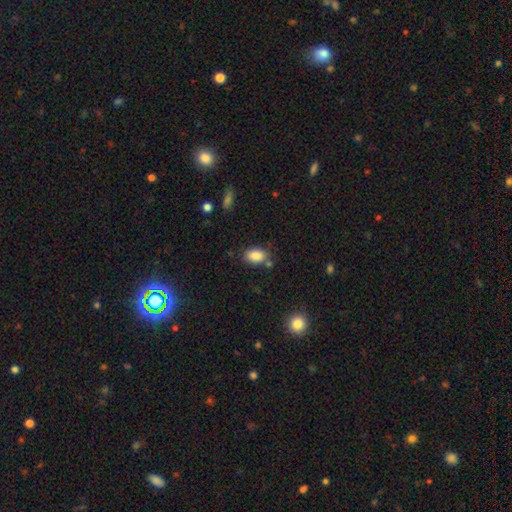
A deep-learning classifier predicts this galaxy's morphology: A smooth galaxy with no disk features (86%) that is in between round and cigar-shaped (85%). Merging: none (73%).